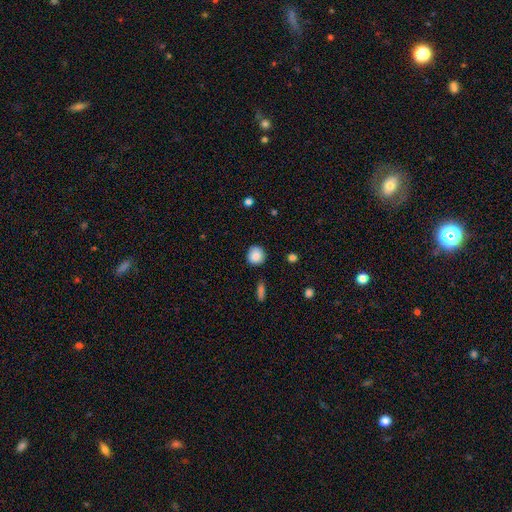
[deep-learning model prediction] smooth 88%, star or artifact 8%, featured or disk 4%. Down the decision tree: how rounded — round (90%); merging — none (86%).